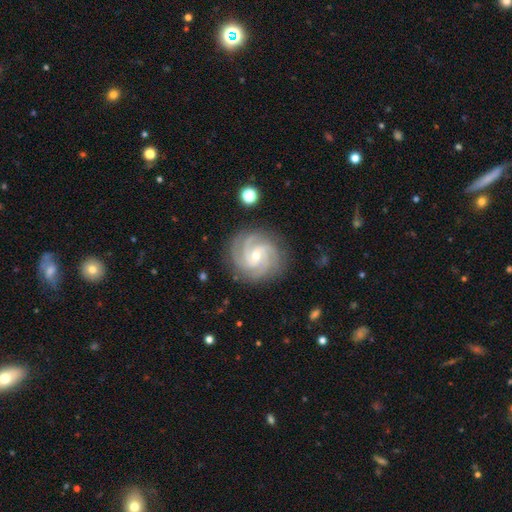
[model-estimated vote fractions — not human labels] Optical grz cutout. It shows a featured or disk galaxy (92%) with no bar (44%), 4 (38%, tied with 3) tight (72%) spiral arms (99%) and a small central bulge (58%). Merging: none (85%).